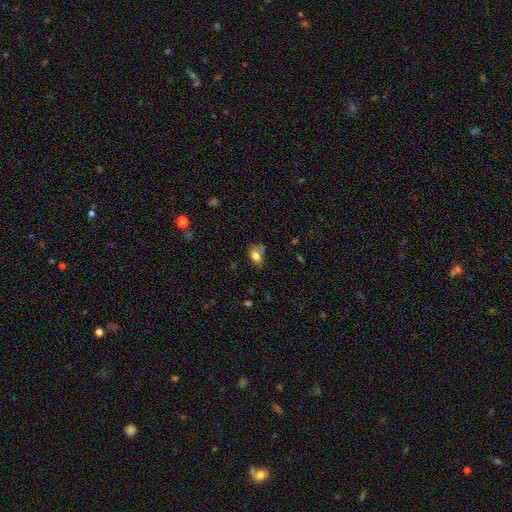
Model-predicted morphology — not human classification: Smooth or featured? smooth (76%)
How rounded? in between (82%)
Merging? none (43%)